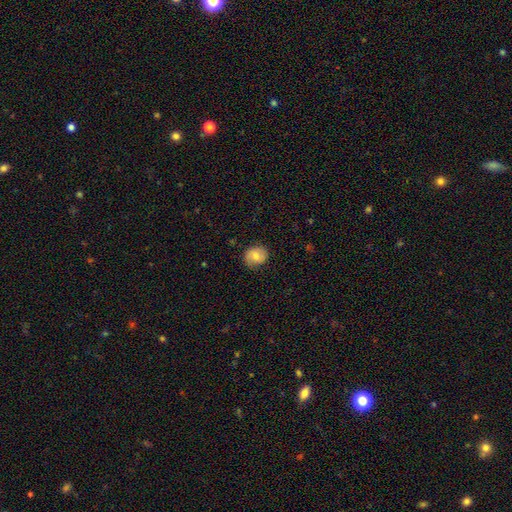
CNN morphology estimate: Smooth or featured? Predicted: smooth (p=0.71). How rounded? Predicted: round (p=0.70). Merging? Predicted: none (p=0.82).